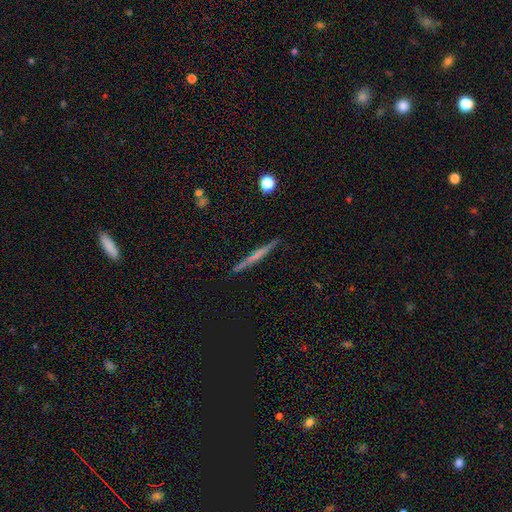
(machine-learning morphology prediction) Smooth or featured: featured or disk — 56% (smooth — 36%)
Edge-on disk: yes — 97% (no — 3%)
Edge-on bulge: none — 71% (rounded — 19%)
Merging: none — 90% (minor disturbance — 7%)